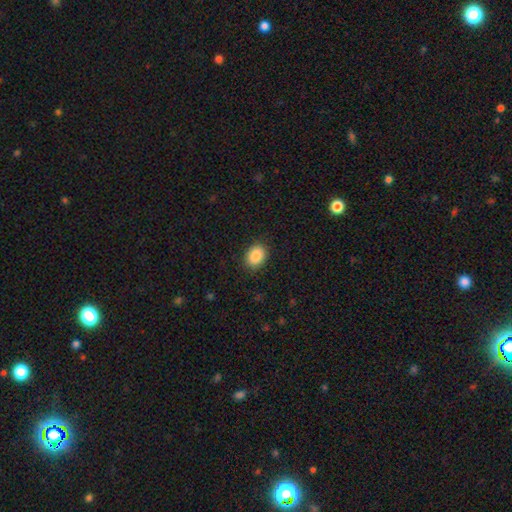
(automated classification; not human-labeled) Smooth or featured: smooth — 88% (star or artifact — 8%)
How rounded: in between — 65% (round — 34%)
Merging: none — 88% (minor disturbance — 8%)